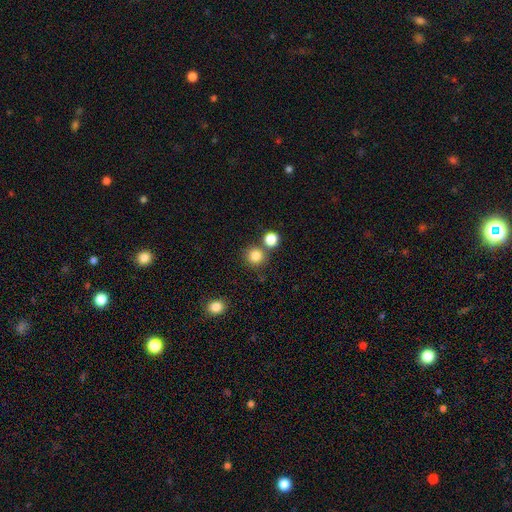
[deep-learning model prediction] Smooth or featured?
  - smooth: 82% *
  - star or artifact: 12%
  - featured or disk: 5%
How rounded?
  - round: 92% *
  - in between: 7%
  - cigar-shaped: 1%
Merging?
  - none: 74% *
  - merger: 16%
  - minor disturbance: 7%
  - major disturbance: 3%